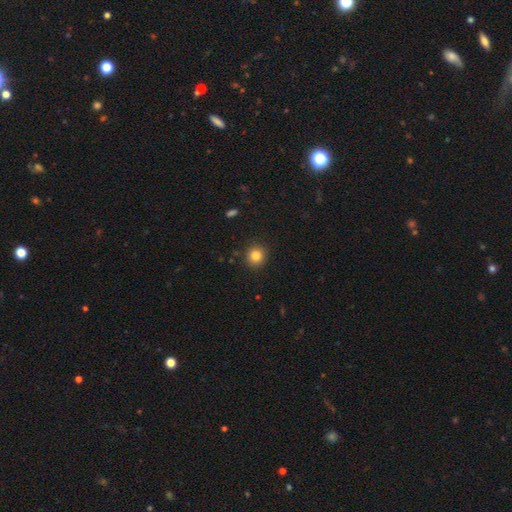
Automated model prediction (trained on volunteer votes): Smooth or featured? Predicted: smooth (p=0.82). How rounded? Predicted: round (p=0.88). Merging? Predicted: none (p=0.90).